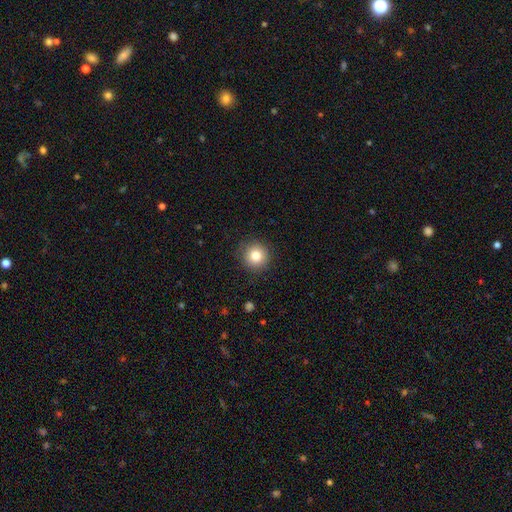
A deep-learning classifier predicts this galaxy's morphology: smooth-or-featured: smooth: 81% | star or artifact: 11% | featured or disk: 8%
  how-rounded: round: 95% | in between: 4% | cigar-shaped: 1%
  merging: none: 89% | minor disturbance: 7% | major disturbance: 2% | merger: 1%